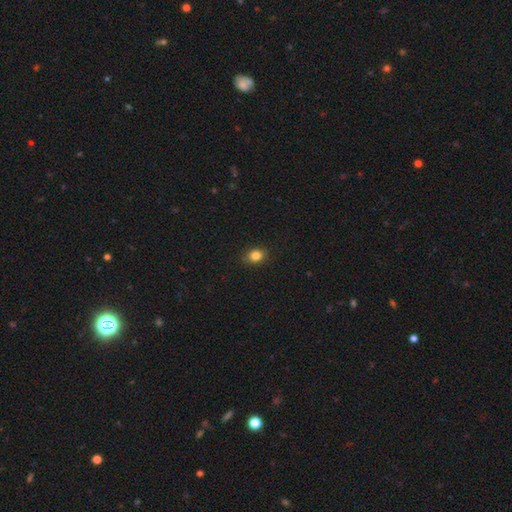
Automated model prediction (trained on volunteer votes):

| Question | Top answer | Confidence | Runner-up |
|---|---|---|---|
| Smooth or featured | smooth | 84% | star or artifact (11%) |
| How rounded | round | 53% | in between (46%) |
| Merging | none | 89% | minor disturbance (8%) |